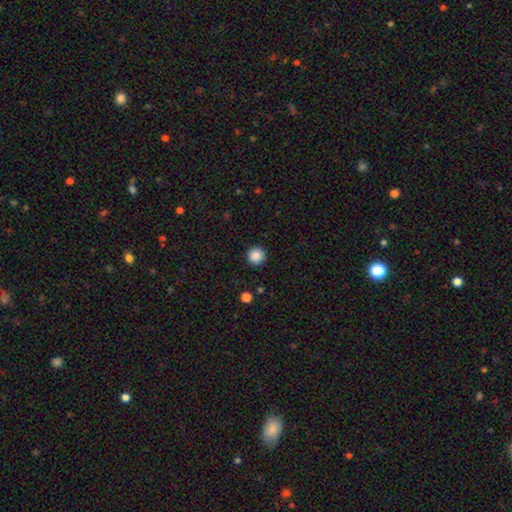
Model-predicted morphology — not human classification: Q: Smooth or featured?
A: smooth (88%); runner-up: star or artifact (9%)
Q: How rounded?
A: round (96%); runner-up: in between (3%)
Q: Merging?
A: none (93%); runner-up: minor disturbance (5%)